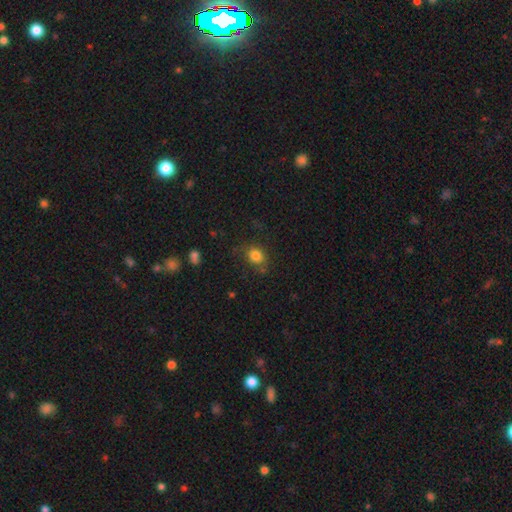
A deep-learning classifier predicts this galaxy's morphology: The model was most divided on "how rounded": round: 59%, in between: 39%, cigar-shaped: 1%. More confident: smooth or featured — smooth (81%); merging — none (71%).